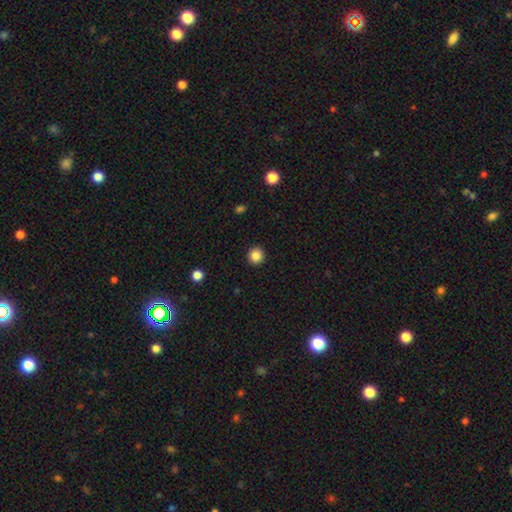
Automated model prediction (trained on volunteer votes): smooth 86%, star or artifact 11%, featured or disk 4%. Down the decision tree: how rounded — round (94%); merging — none (93%).